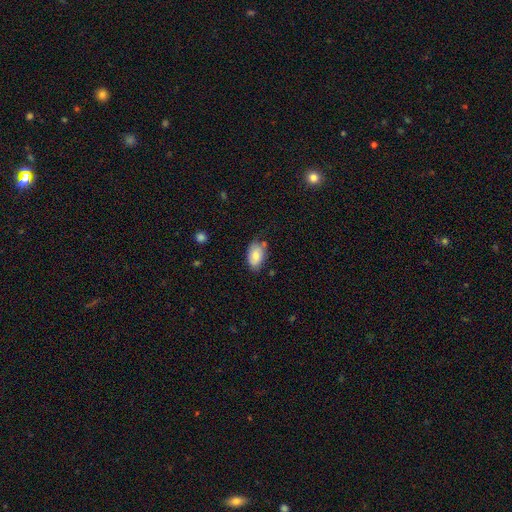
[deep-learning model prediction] Smooth or featured? Predicted: smooth (p=0.80). How rounded? Predicted: in between (p=0.92). Merging? Predicted: none (p=0.67).